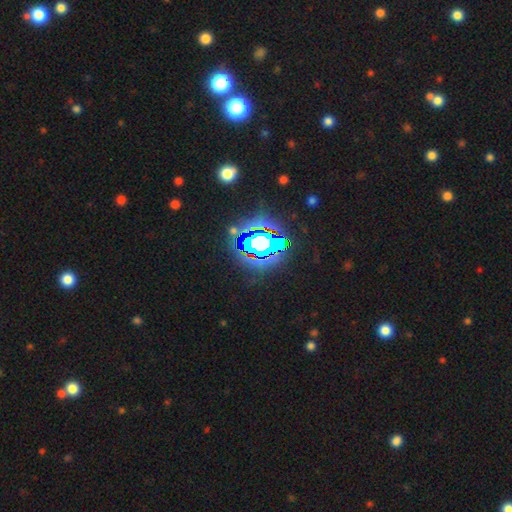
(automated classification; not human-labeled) Smooth or featured? star or artifact (84%)